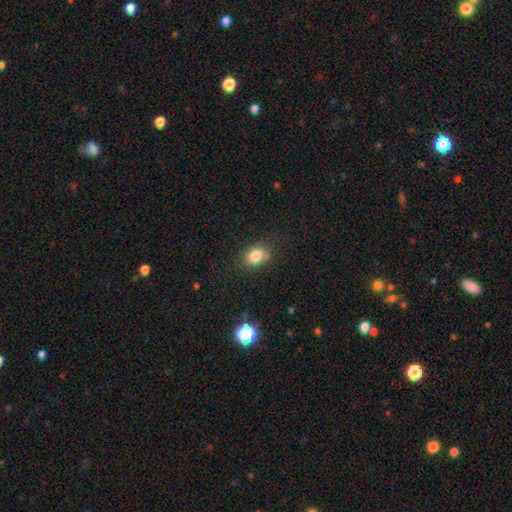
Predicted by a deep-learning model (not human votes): Morphology: type=smooth (83%); roundness=in between (54%); merging=none (73%).